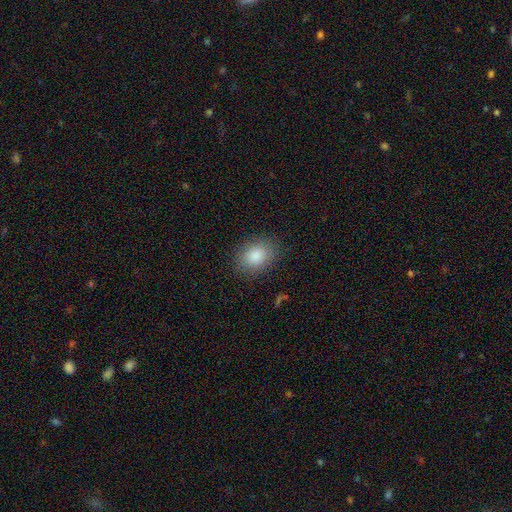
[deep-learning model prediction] smooth_or_featured: smooth (p=0.86) [alt: star or artifact p=0.08]
how_rounded: in between (p=0.65) [alt: round p=0.34]
merging: none (p=0.84) [alt: minor disturbance p=0.11]